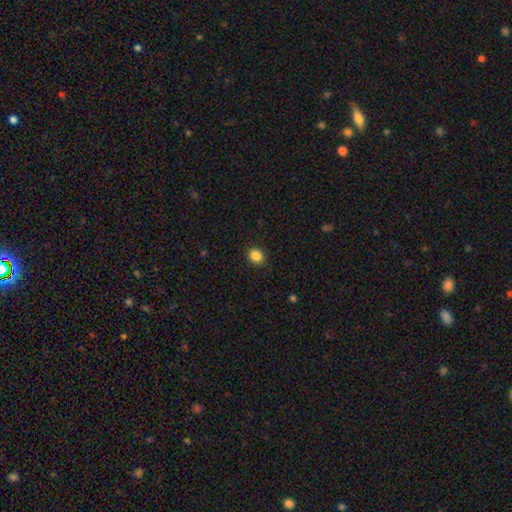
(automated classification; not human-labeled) This is clearly a smooth galaxy (87%). How rounded: possibly round (56%). Merging: clearly none (89%).